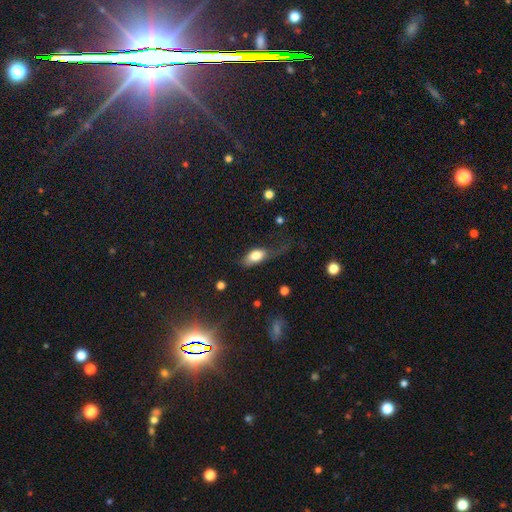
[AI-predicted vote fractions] Smooth or featured: smooth — 77% (featured or disk — 16%)
How rounded: in between — 88% (cigar-shaped — 7%)
Merging: none — 43% (minor disturbance — 28%)